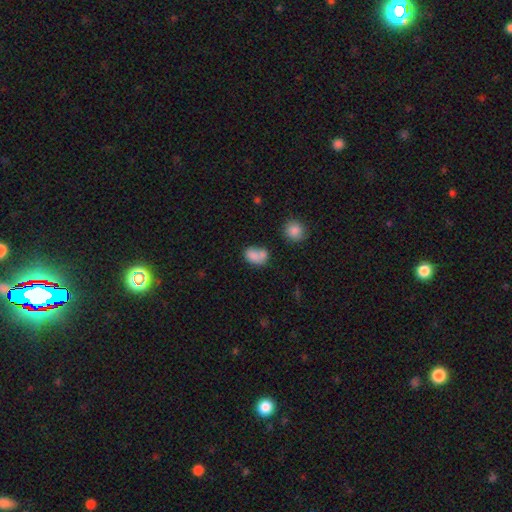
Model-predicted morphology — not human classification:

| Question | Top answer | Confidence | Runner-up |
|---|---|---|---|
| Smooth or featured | smooth | 78% | featured or disk (12%) |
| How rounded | in between | 71% | round (28%) |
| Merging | merger | 43% | none (35%) |